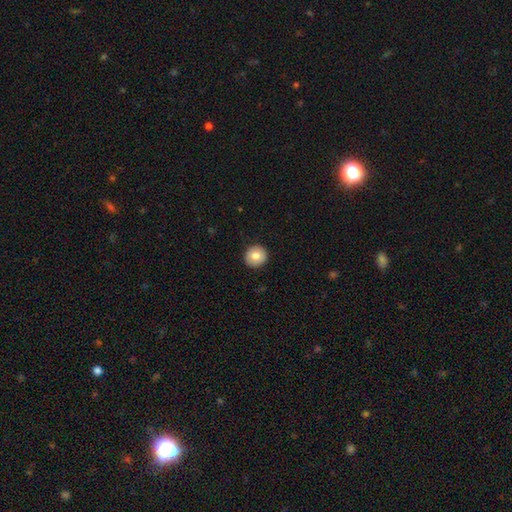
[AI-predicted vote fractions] smooth 79%, featured or disk 13%, star or artifact 8%. Down the decision tree: how rounded — round (92%); merging — none (91%).